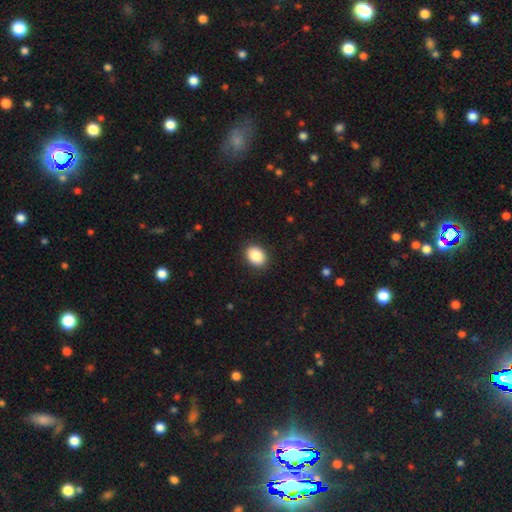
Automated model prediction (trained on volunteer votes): Smooth or featured? smooth (87%)
How rounded? in between (71%)
Merging? none (90%)